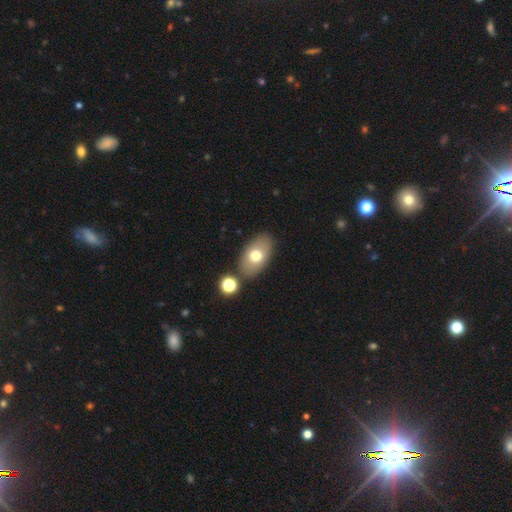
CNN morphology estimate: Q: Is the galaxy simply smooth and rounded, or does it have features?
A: smooth — 70%.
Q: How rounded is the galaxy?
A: in between — 90%.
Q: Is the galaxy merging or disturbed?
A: none — 81%.